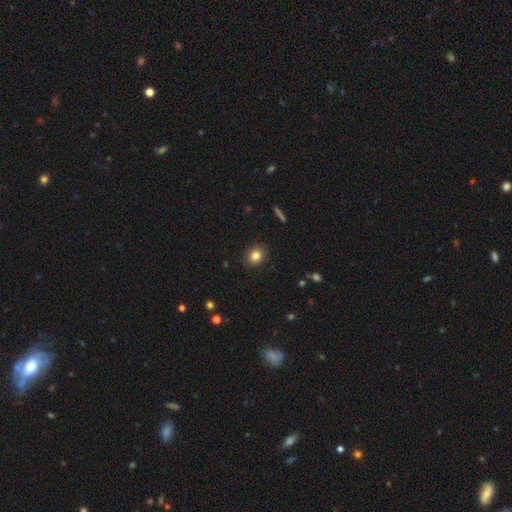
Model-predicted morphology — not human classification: Smooth or featured: smooth — 83% (star or artifact — 10%)
How rounded: round — 60% (in between — 39%)
Merging: none — 88% (minor disturbance — 9%)